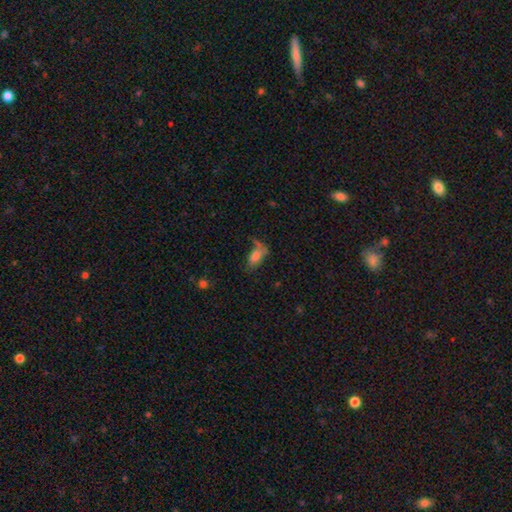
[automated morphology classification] The model was most divided on "merging": none: 40%, minor disturbance: 22%, major disturbance: 21%, merger: 17%. More confident: how rounded — in between (86%); smooth or featured — smooth (73%).